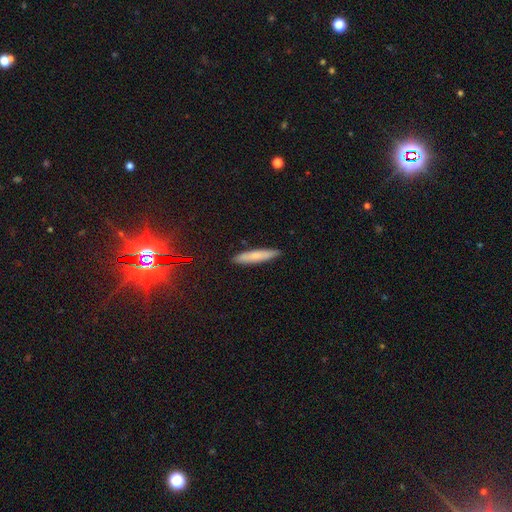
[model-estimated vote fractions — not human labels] Q: Smooth or featured?
A: smooth (76%); runner-up: featured or disk (17%)
Q: How rounded?
A: cigar-shaped (88%); runner-up: in between (11%)
Q: Merging?
A: none (90%); runner-up: minor disturbance (7%)